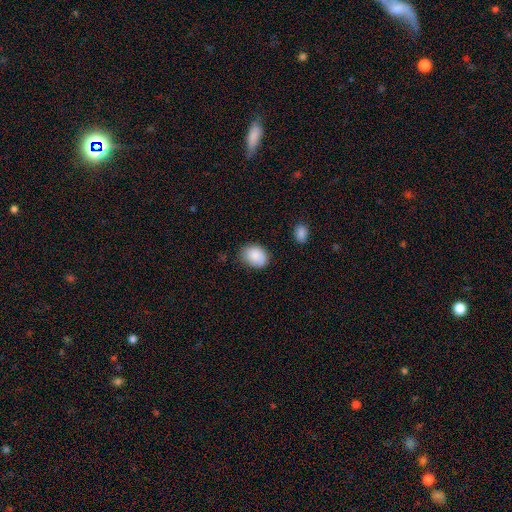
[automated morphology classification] Overall: smooth (87%). How rounded: in between (69%; round 30%). Merging: none (74%).